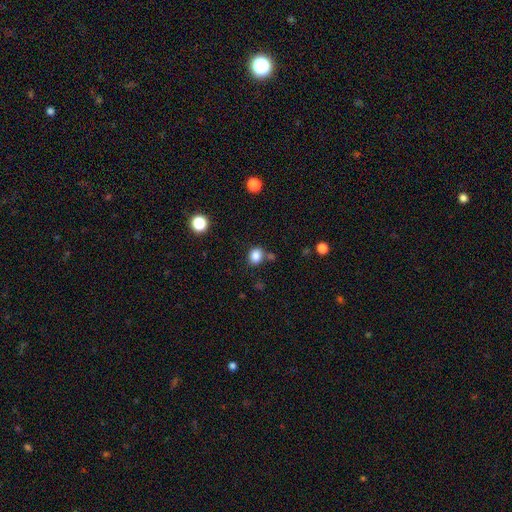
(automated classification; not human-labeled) A smooth galaxy with no disk features (84%) that is round (62%).

Vote fractions:
- Smooth or featured? smooth: 84% / star or artifact: 11% / featured or disk: 5%
- How rounded? round: 62% / in between: 37% / cigar-shaped: 1%
- Merging? none: 72% / minor disturbance: 13% / merger: 10% / major disturbance: 4%